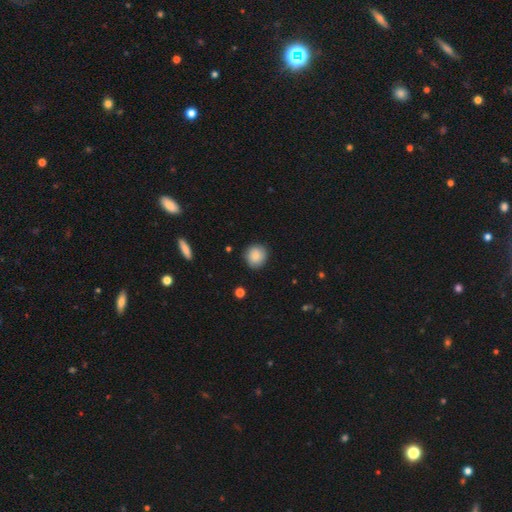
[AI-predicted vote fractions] Smooth or featured? smooth (85%)
How rounded? round (88%)
Merging? none (87%)